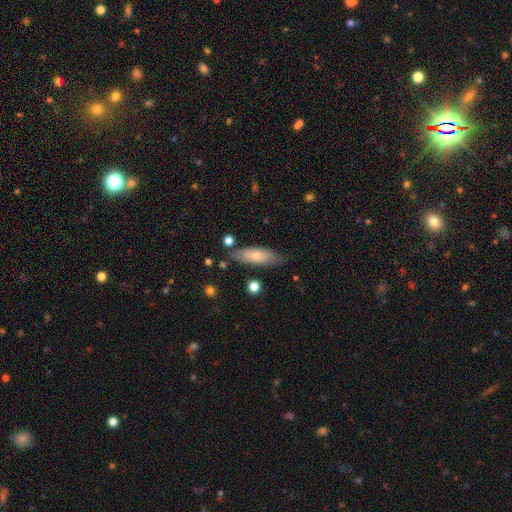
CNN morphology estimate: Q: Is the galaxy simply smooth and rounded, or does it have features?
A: smooth — 66%.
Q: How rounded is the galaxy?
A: in between — 60%.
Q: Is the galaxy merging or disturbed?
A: none — 77%.